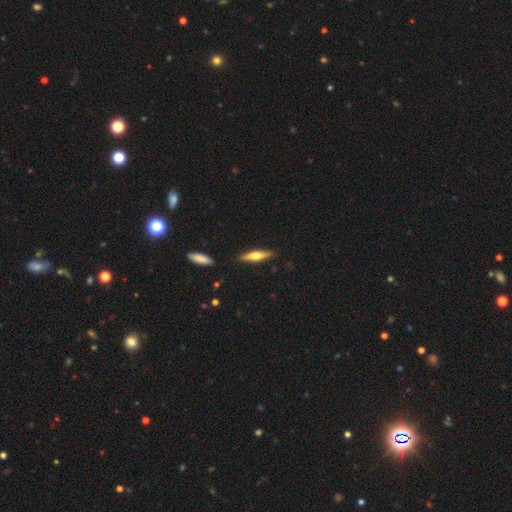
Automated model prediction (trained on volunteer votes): This appears to be a smooth galaxy with no disk features (52%) that is cigar-shaped (78%). Merging: none (86%).